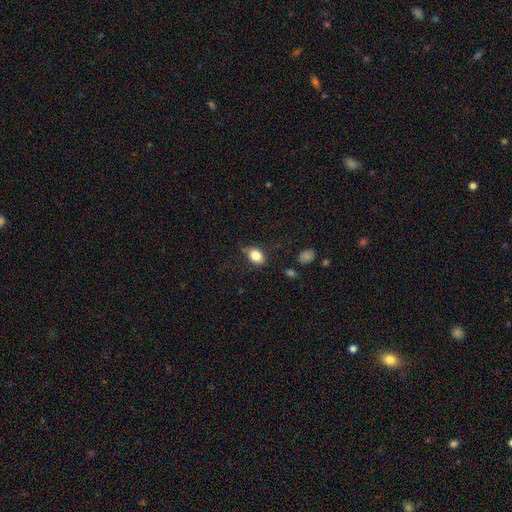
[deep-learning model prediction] A smooth galaxy with no disk features (81%) that is in between round and cigar-shaped (74%). Merging: none (69%).